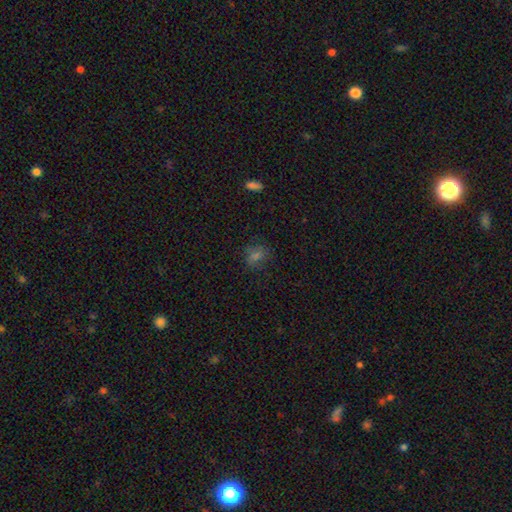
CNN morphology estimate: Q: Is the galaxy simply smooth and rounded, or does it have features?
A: smooth — 67%.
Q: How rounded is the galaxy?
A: round — 60%.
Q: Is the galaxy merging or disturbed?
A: none — 77%.